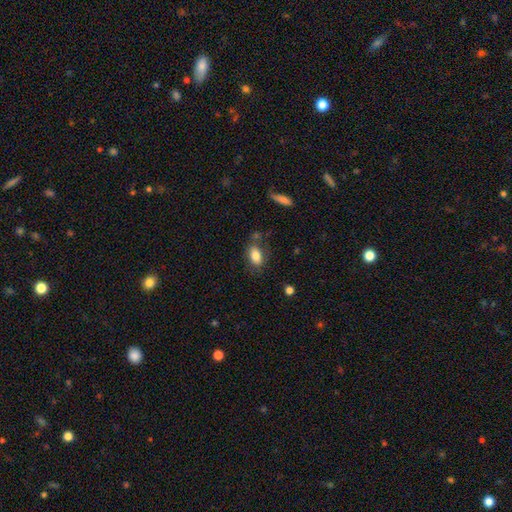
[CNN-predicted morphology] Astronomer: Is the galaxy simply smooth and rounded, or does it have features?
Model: smooth — 82%.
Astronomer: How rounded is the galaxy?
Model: in between — 88%.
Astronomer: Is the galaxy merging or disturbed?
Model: none — 71%.